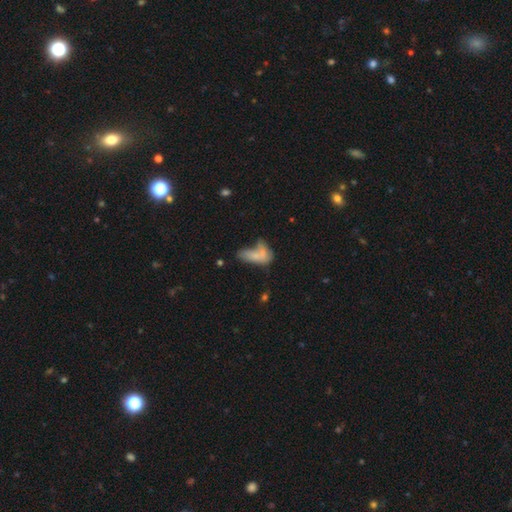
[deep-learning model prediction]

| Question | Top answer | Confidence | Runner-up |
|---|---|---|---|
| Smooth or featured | smooth | 68% | featured or disk (21%) |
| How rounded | in between | 76% | cigar-shaped (18%) |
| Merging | merger | 40% | none (29%) |